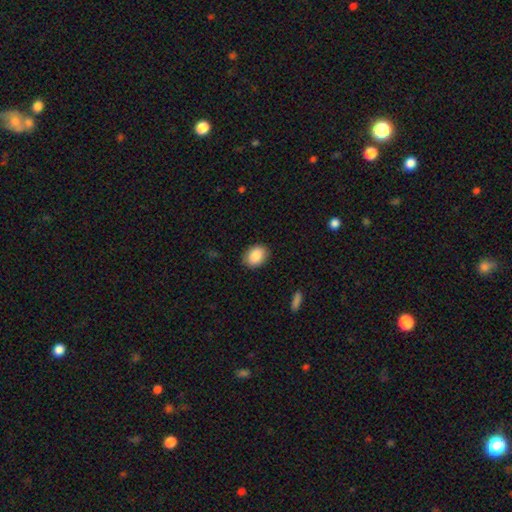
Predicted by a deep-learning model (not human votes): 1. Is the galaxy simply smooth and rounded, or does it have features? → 87% smooth, 7% star or artifact, 5% featured or disk.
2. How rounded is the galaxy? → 66% in between, 33% round, 1% cigar-shaped.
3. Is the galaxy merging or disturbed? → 87% none, 10% minor disturbance, 3% major disturbance, 1% merger.